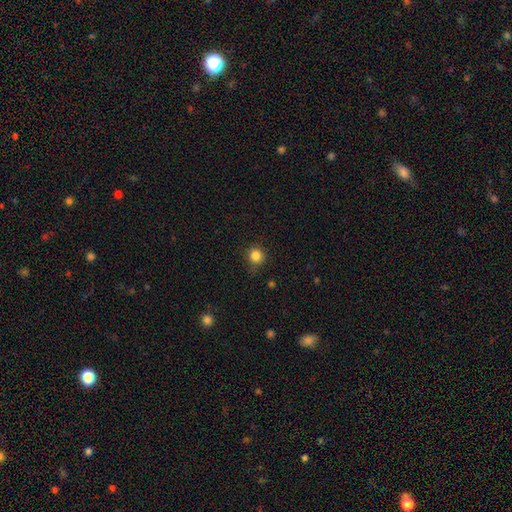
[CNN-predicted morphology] Smooth or featured? smooth (84%)
How rounded? round (89%)
Merging? none (80%)